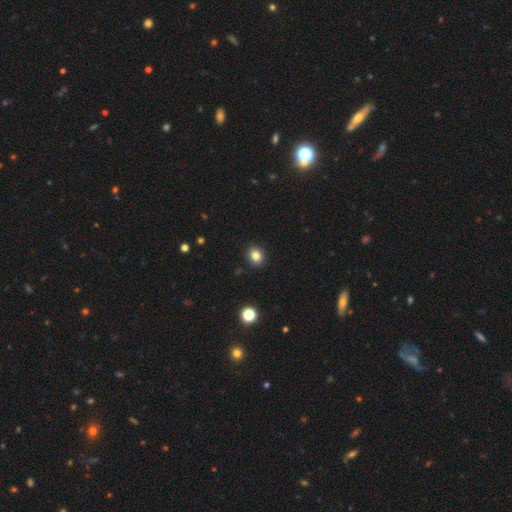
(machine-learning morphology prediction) Smooth or featured: smooth — 83% (star or artifact — 11%)
How rounded: round — 69% (in between — 31%)
Merging: none — 91% (minor disturbance — 6%)